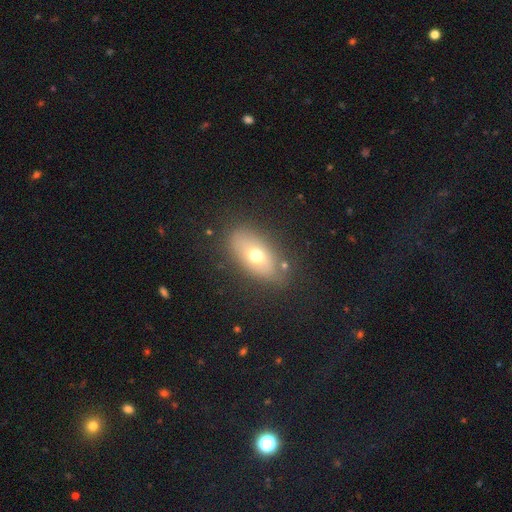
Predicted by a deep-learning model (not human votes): This is likely a smooth galaxy (61%). How rounded: clearly in between (85%). Merging: likely none (76%).